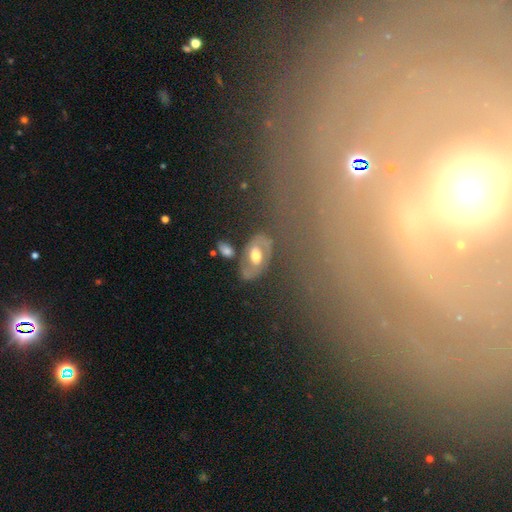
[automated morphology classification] Smooth or featured? featured or disk (61%)
Edge-on disk? no (93%)
Bar? no (53%)
Spiral arms? yes (56%)
Bulge size? moderate (71%)
Merging? none (68%)